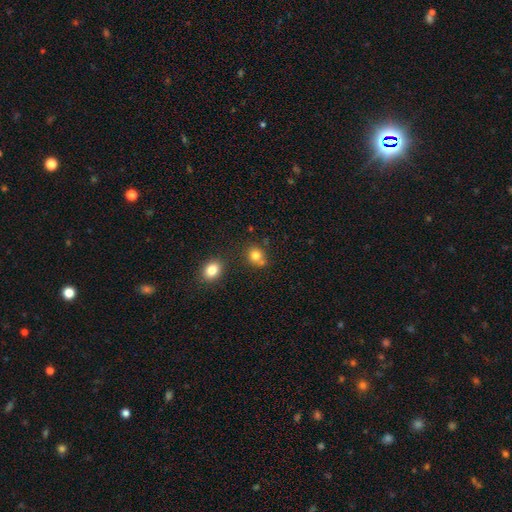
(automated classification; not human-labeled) Morphology: type=smooth (79%); roundness=round (76%); merging=none (63%).